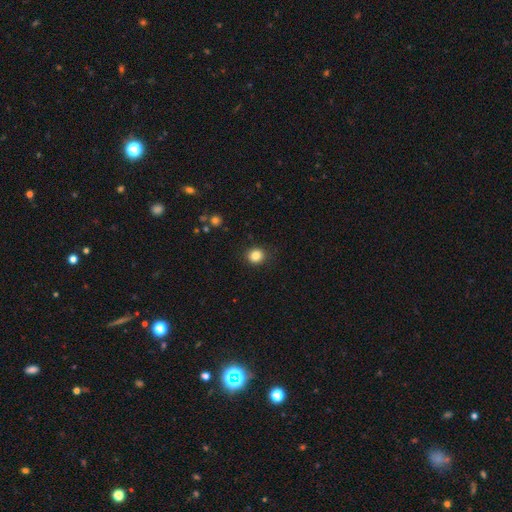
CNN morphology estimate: This is clearly a smooth galaxy (84%). How rounded: clearly round (85%). Merging: clearly none (90%).